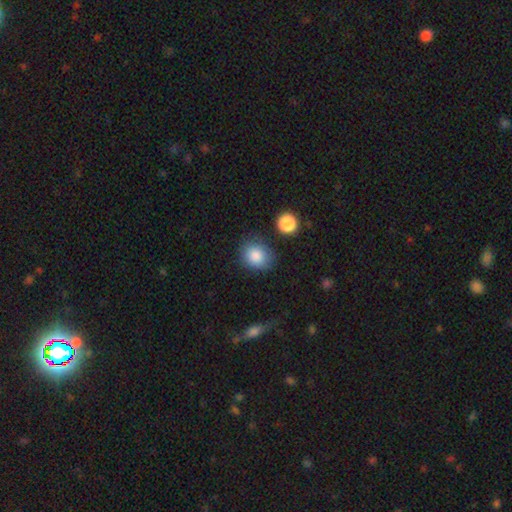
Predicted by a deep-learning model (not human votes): Smooth or featured? Predicted: smooth (p=0.86). How rounded? Predicted: round (p=0.60). Merging? Predicted: none (p=0.71).